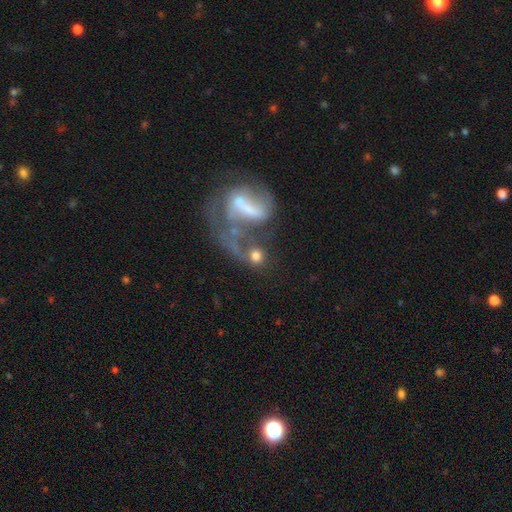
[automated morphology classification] smooth-or-featured: smooth: 55% | featured or disk: 32% | star or artifact: 13%
  how-rounded: round: 74% | in between: 22% | cigar-shaped: 4%
  merging: merger: 39% | none: 30% | major disturbance: 21% | minor disturbance: 11%